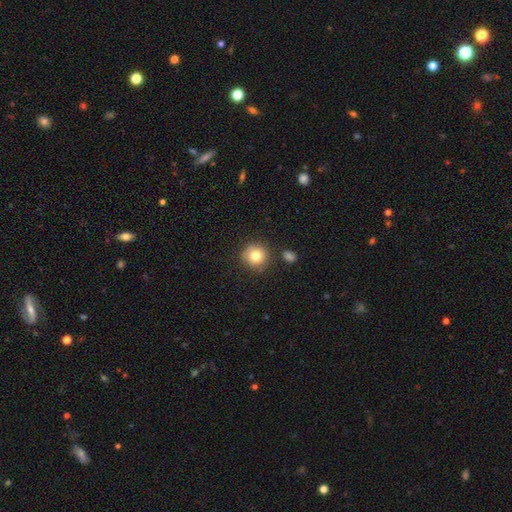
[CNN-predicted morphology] Smooth or featured? smooth (80%)
How rounded? round (92%)
Merging? none (83%)